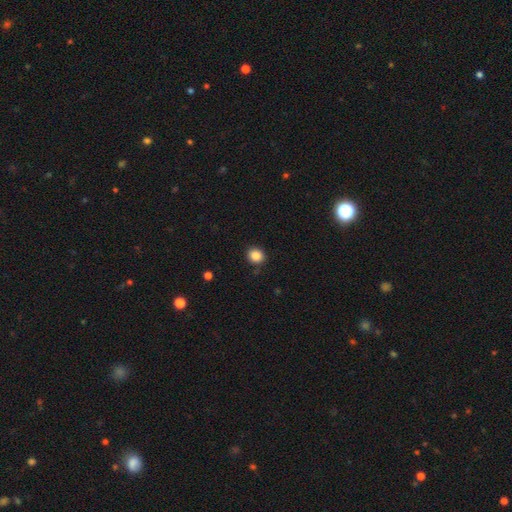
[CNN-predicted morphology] This appears to be a smooth galaxy with no disk features (85%) that is round (81%). Merging: none (89%).